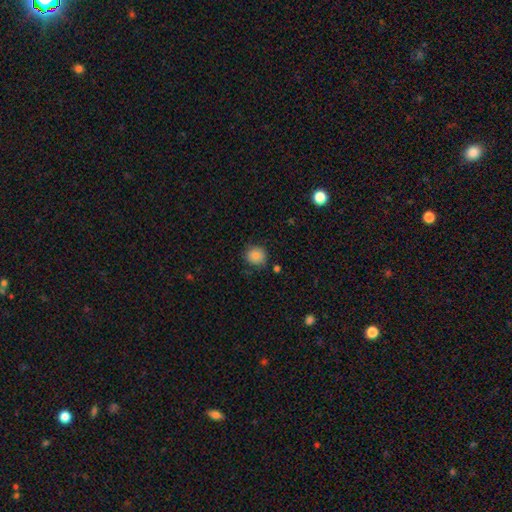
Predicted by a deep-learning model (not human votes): A smooth galaxy with no disk features (86%) that is round (84%). Merging: none (80%).